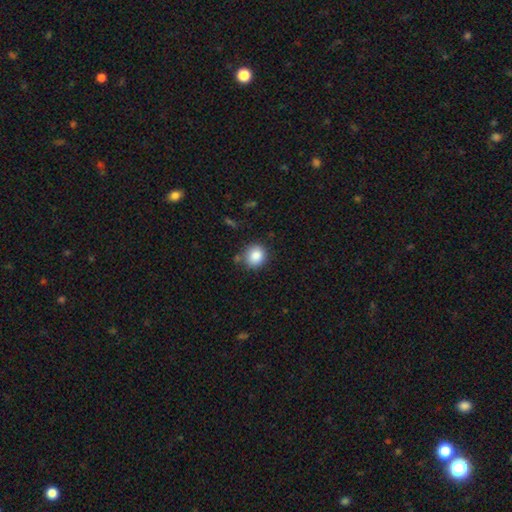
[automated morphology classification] smooth_or_featured: smooth (p=0.86) [alt: star or artifact p=0.09]
how_rounded: round (p=0.85) [alt: in between p=0.14]
merging: none (p=0.80) [alt: minor disturbance p=0.13]